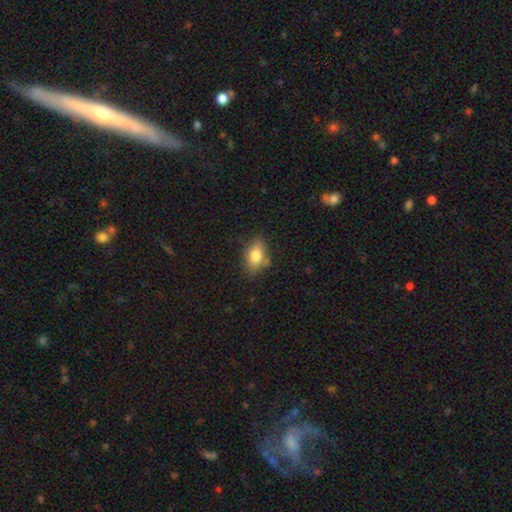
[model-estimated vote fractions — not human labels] Morphology: type=smooth (78%); roundness=in between (83%); merging=none (70%).